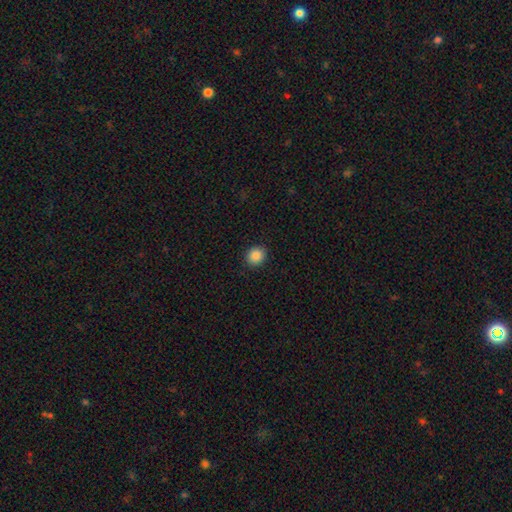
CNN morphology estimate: This is clearly a smooth galaxy (87%). How rounded: clearly round (80%). Merging: clearly none (91%).